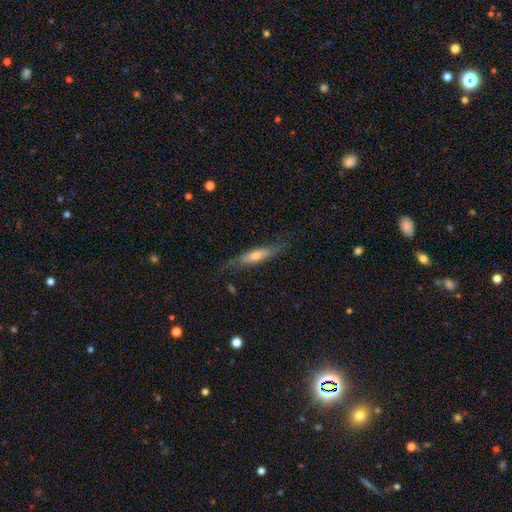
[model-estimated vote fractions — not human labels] Smooth or featured? Predicted: smooth (p=0.52). How rounded? Predicted: cigar-shaped (p=0.77). Merging? Predicted: none (p=0.70).